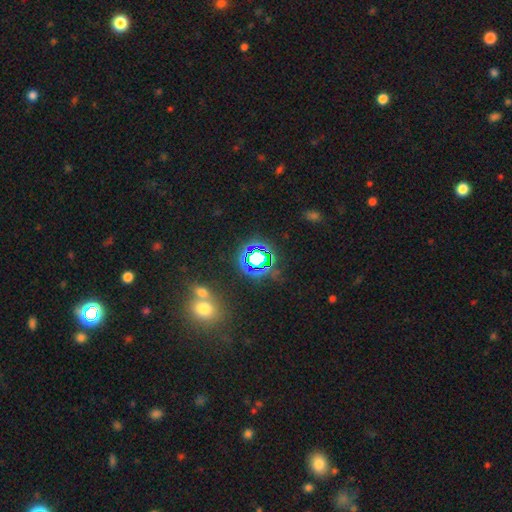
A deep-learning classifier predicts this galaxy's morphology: smooth_or_featured: star or artifact (p=0.71) [alt: smooth p=0.19]